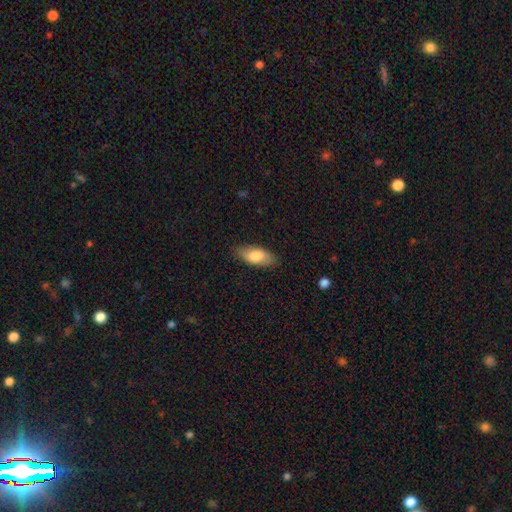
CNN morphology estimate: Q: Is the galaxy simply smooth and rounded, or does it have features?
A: smooth — 80%.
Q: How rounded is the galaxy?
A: in between — 81%.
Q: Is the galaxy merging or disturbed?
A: none — 85%.